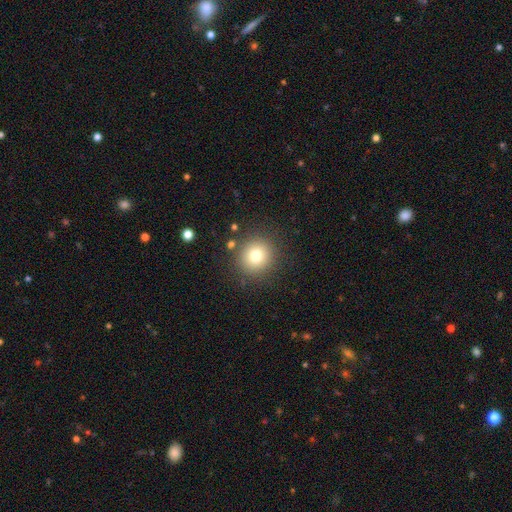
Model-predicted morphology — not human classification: Smooth or featured?
  - smooth: 77% *
  - star or artifact: 13%
  - featured or disk: 10%
How rounded?
  - round: 92% *
  - in between: 7%
  - cigar-shaped: 1%
Merging?
  - none: 87% *
  - minor disturbance: 7%
  - major disturbance: 3%
  - merger: 3%